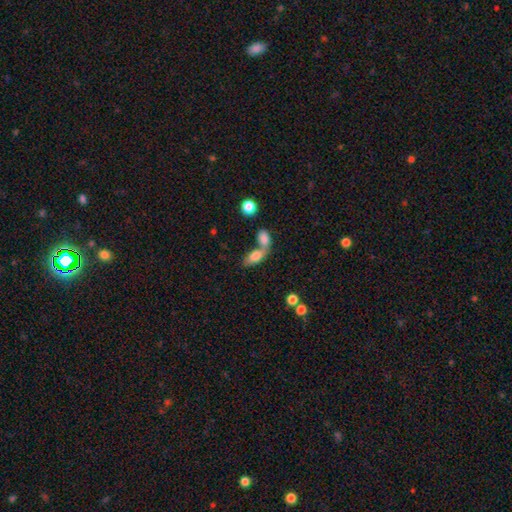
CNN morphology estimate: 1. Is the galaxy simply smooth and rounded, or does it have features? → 77% smooth, 15% featured or disk, 8% star or artifact.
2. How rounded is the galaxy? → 85% in between, 9% cigar-shaped, 6% round.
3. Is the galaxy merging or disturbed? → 63% merger, 25% none, 7% minor disturbance, 5% major disturbance.